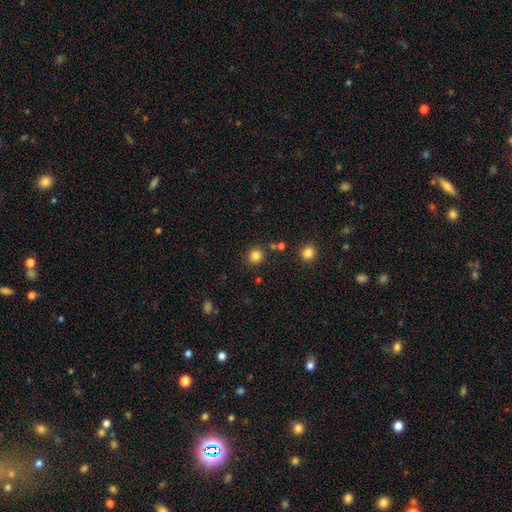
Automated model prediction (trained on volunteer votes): smooth 83%, star or artifact 13%, featured or disk 4%. Down the decision tree: how rounded — round (92%); merging — none (86%).